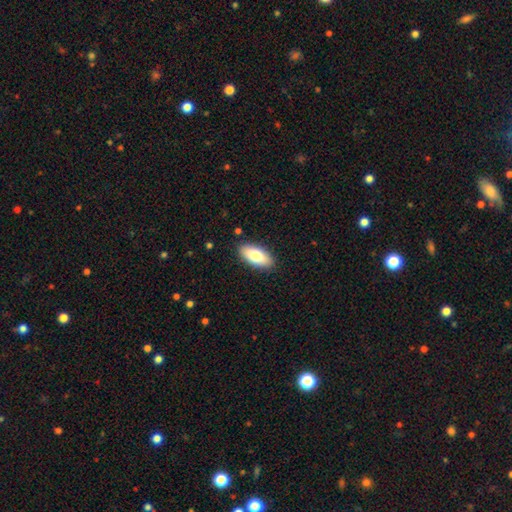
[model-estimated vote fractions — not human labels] Smooth or featured: smooth — 77% (featured or disk — 17%)
How rounded: in between — 89% (cigar-shaped — 9%)
Merging: none — 88% (minor disturbance — 8%)